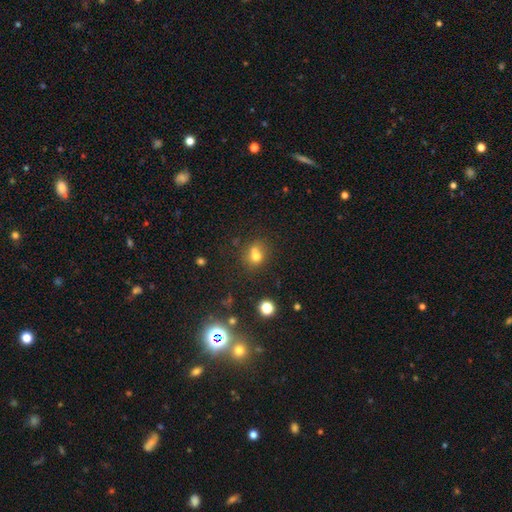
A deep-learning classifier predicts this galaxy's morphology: smooth-or-featured: smooth: 68% | star or artifact: 17% | featured or disk: 15%
  how-rounded: round: 65% | in between: 33% | cigar-shaped: 1%
  merging: merger: 44% | none: 39% | minor disturbance: 12% | major disturbance: 6%